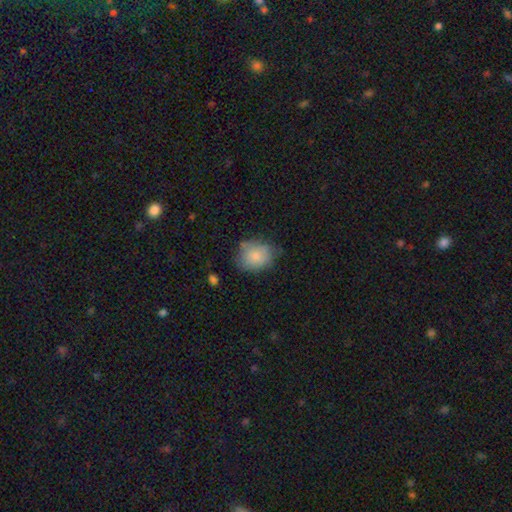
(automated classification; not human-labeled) Smooth or featured?
  - smooth: 80% *
  - featured or disk: 12%
  - star or artifact: 8%
How rounded?
  - round: 54% *
  - in between: 45%
  - cigar-shaped: 1%
Merging?
  - none: 59% *
  - minor disturbance: 29%
  - major disturbance: 8%
  - merger: 4%